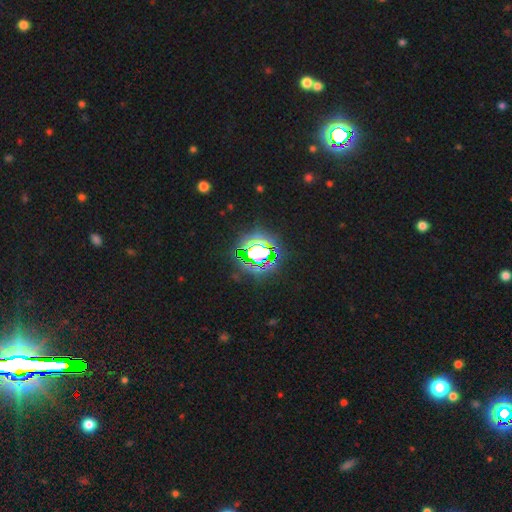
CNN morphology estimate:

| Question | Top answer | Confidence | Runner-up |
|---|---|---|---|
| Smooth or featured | star or artifact | 73% | smooth (15%) |